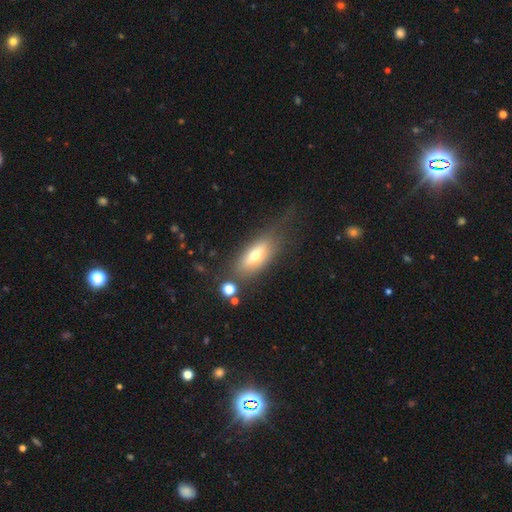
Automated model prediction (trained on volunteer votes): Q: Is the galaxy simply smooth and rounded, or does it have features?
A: smooth — 61%.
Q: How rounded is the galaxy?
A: in between — 75%.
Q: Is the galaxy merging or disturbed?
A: none — 57%.